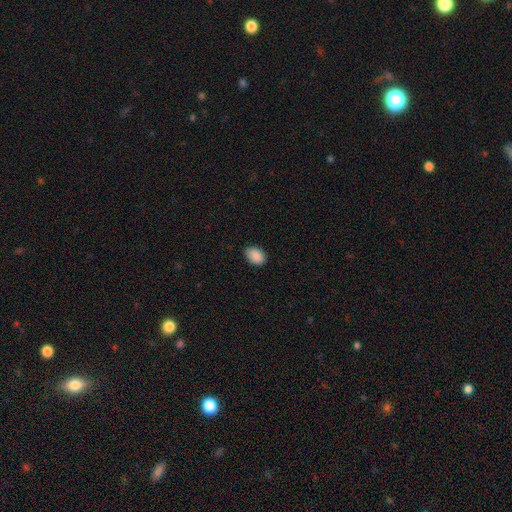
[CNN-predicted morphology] smooth 89%, star or artifact 7%, featured or disk 3%. Down the decision tree: how rounded — in between (83%); merging — none (83%).